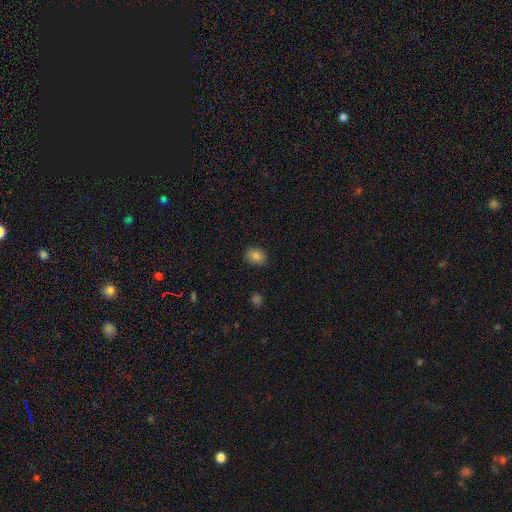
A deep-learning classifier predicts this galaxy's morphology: Smooth or featured? Predicted: smooth (p=0.82). How rounded? Predicted: in between (p=0.56). Merging? Predicted: none (p=0.87).